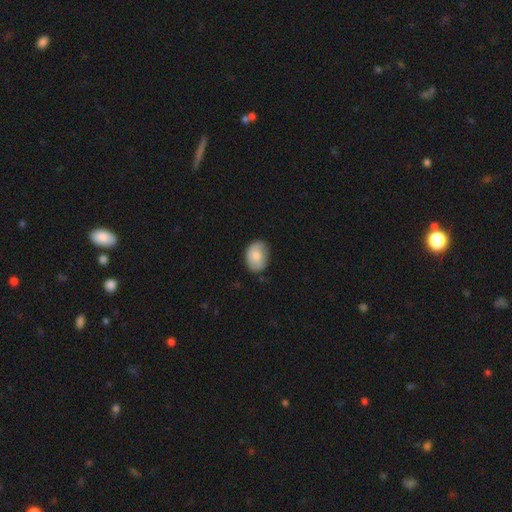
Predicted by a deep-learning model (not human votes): Morphology: type=smooth (79%); roundness=in between (72%); merging=none (74%).